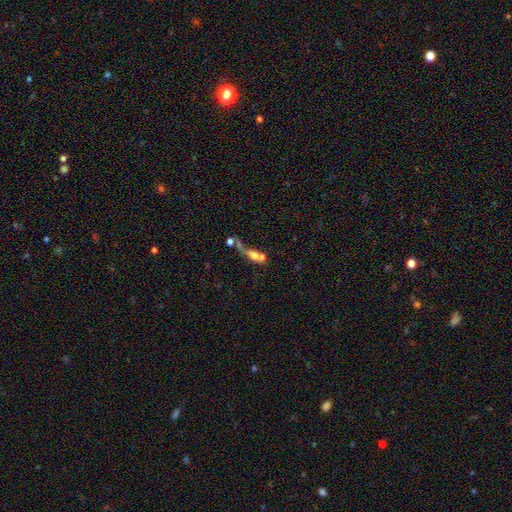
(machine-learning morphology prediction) Smooth or featured: smooth — 53% (featured or disk — 33%)
How rounded: in between — 51% (cigar-shaped — 25%)
Merging: merger — 55% (major disturbance — 19%)